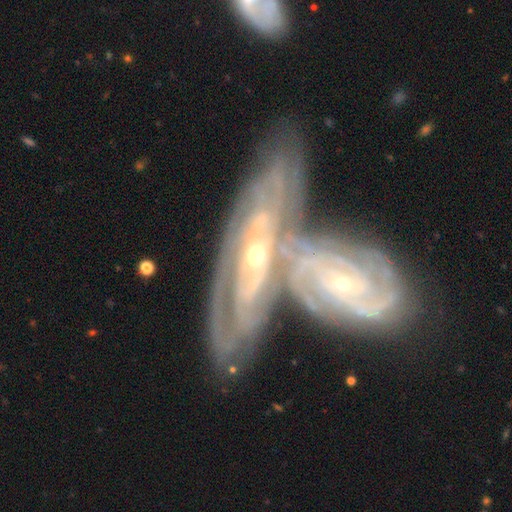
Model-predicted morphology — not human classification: Smooth or featured? featured or disk (88%)
Edge-on disk? no (90%)
Bar? no (61%)
Spiral arms? yes (95%)
Spiral winding? tight (71%)
Spiral arm count? can't tell (36%)
Bulge size? small (72%)
Merging? merger (71%)